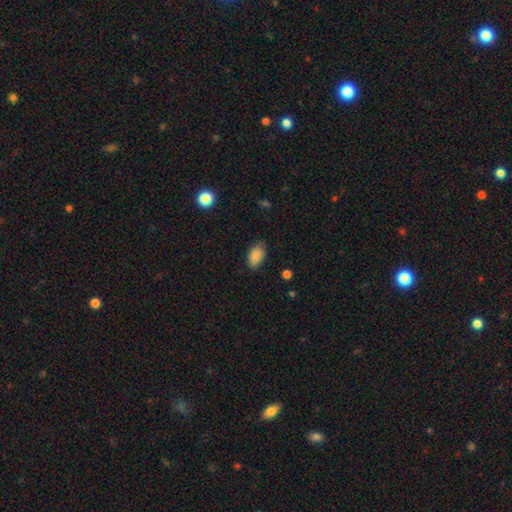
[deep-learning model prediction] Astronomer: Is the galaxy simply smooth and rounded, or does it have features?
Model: smooth — 88%.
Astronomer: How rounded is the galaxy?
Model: in between — 91%.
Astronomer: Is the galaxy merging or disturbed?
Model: none — 78%.